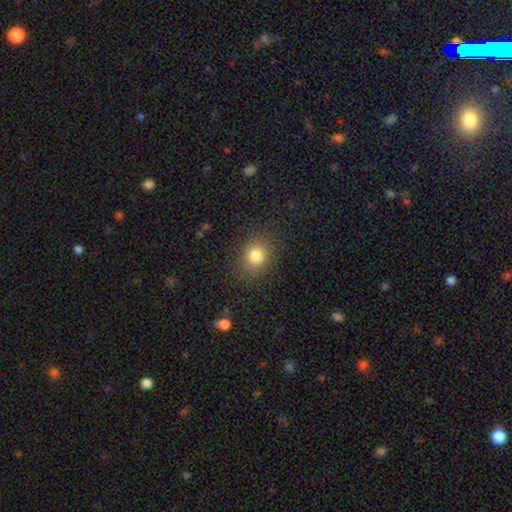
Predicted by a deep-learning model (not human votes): Overall: smooth (81%). How rounded: round (59%; in between 40%). Merging: none (85%).